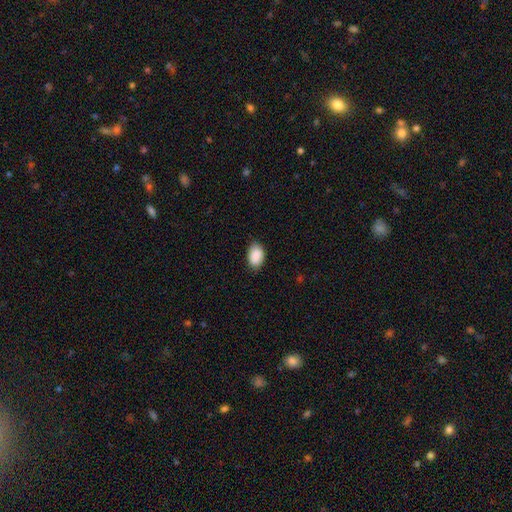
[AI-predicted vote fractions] smooth 90%, star or artifact 7%, featured or disk 3%. Down the decision tree: how rounded — in between (88%); merging — none (80%).